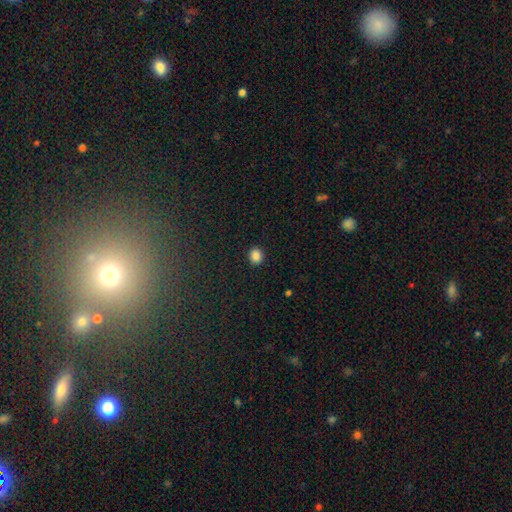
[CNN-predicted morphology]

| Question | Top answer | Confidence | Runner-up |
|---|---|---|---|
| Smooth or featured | smooth | 86% | star or artifact (11%) |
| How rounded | round | 80% | in between (19%) |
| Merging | none | 91% | minor disturbance (6%) |